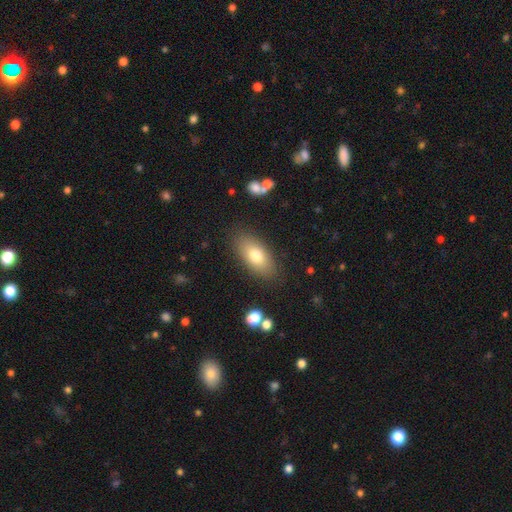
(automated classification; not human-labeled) smooth 74%, featured or disk 18%, star or artifact 8%. Down the decision tree: how rounded — in between (88%); merging — none (83%).